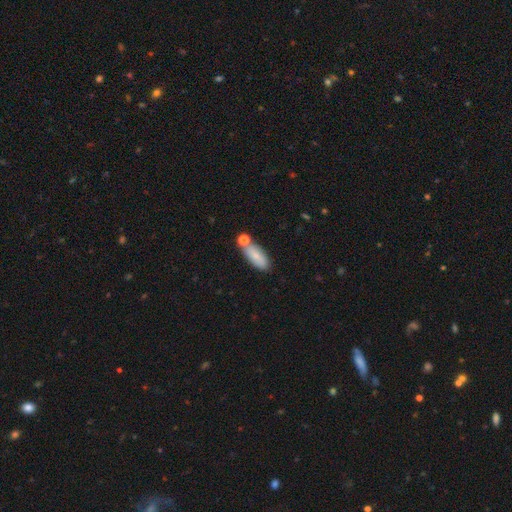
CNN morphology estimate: type=smooth (78%); roundness=in between (78%); merging=none (64%).